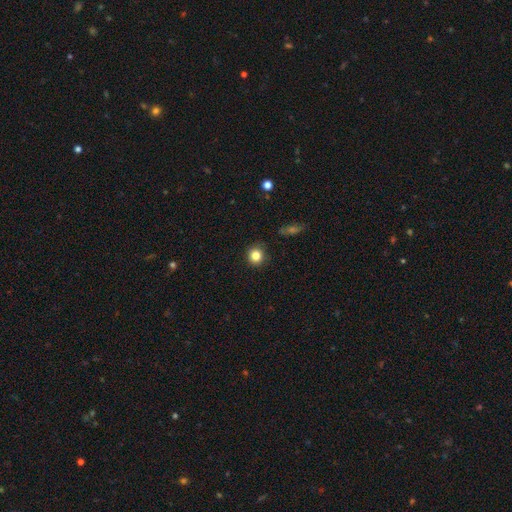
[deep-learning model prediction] This appears to be a smooth galaxy with no disk features (82%) that is round (91%). Merging: none (89%).